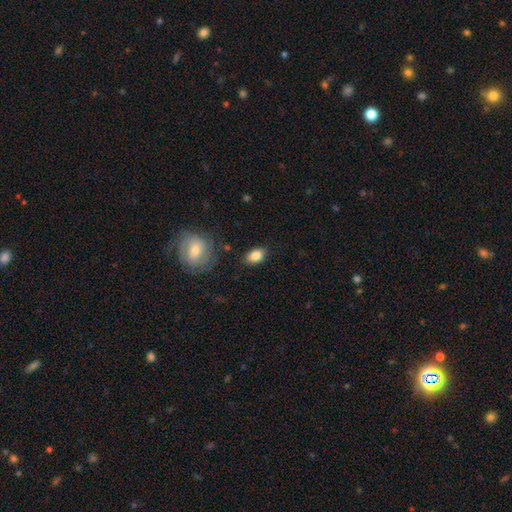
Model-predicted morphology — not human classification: The model was most divided on "merging": none: 82%, minor disturbance: 12%, major disturbance: 3%, merger: 2%. More confident: how rounded — in between (85%); smooth or featured — smooth (84%).